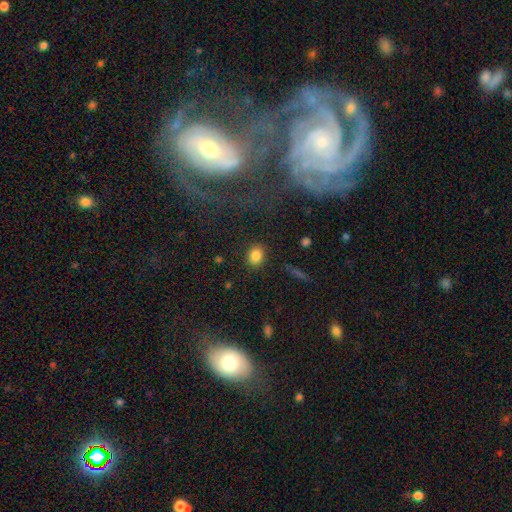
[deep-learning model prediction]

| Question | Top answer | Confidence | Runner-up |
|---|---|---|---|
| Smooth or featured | smooth | 85% | star or artifact (9%) |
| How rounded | in between | 50% | round (49%) |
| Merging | none | 87% | minor disturbance (9%) |